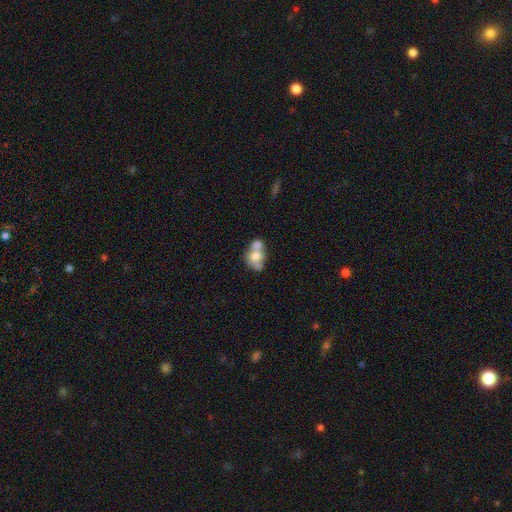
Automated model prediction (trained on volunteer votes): smooth-or-featured: smooth: 58% | featured or disk: 33% | star or artifact: 9%
  how-rounded: in between: 62% | round: 36% | cigar-shaped: 2%
  merging: merger: 58% | none: 23% | minor disturbance: 11% | major disturbance: 8%